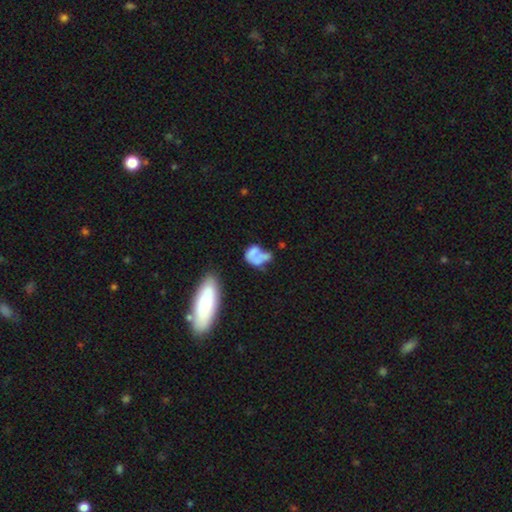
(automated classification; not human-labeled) This appears to be a smooth galaxy with no disk features (52%) that is in between round and cigar-shaped (74%). Merging: major disturbance (30%).